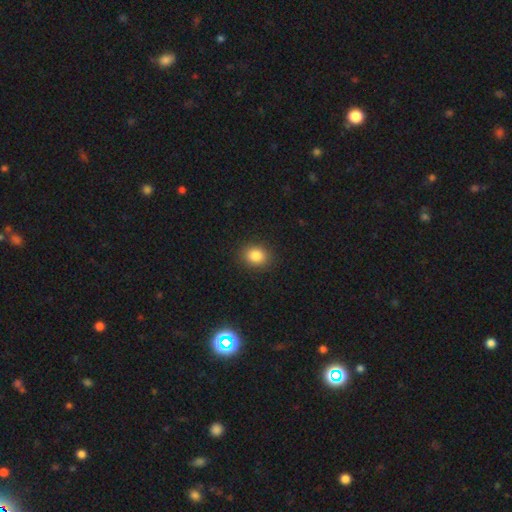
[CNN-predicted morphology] A smooth galaxy with no disk features (84%) that is round (56%). Merging: none (89%).